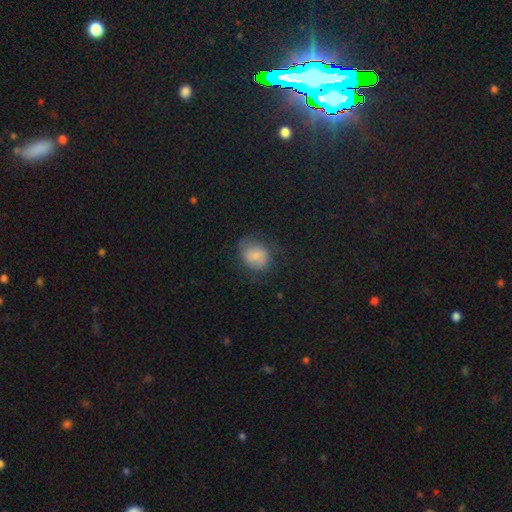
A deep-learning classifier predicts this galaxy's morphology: smooth 74%, featured or disk 16%, star or artifact 10%. Down the decision tree: how rounded — round (58%); merging — none (59%).